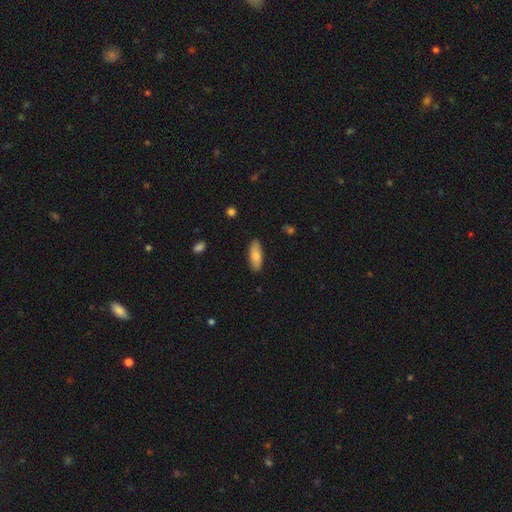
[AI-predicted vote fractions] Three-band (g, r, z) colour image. It shows a smooth galaxy with no disk features (84%) that is in between round and cigar-shaped (74%). Merging: none (87%).